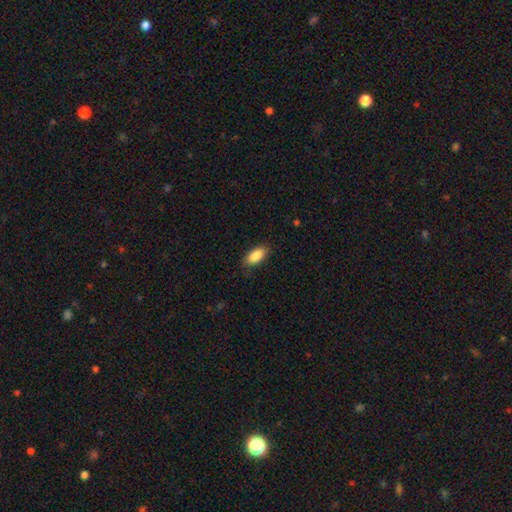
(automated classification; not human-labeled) The model was most divided on "merging": none: 84%, minor disturbance: 12%, major disturbance: 3%, merger: 1%. More confident: smooth or featured — smooth (88%); how rounded — in between (88%).